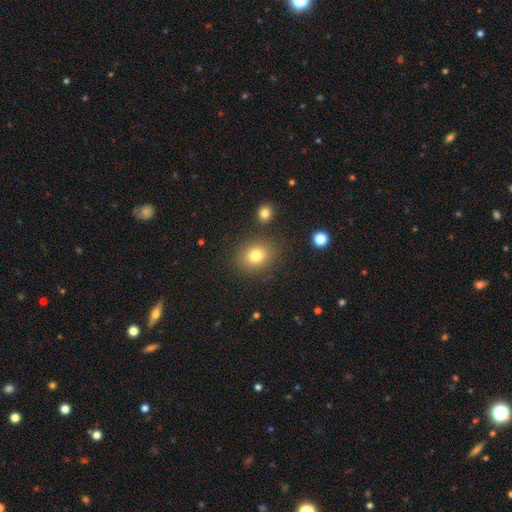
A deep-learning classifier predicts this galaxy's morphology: A smooth galaxy with no disk features (80%) that is round (61%). Merging: none (84%).